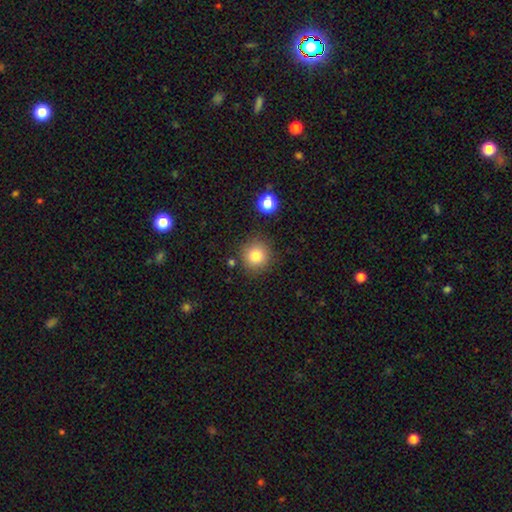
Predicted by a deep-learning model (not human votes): Q: Smooth or featured?
A: smooth (82%); runner-up: star or artifact (11%)
Q: How rounded?
A: round (93%); runner-up: in between (6%)
Q: Merging?
A: none (85%); runner-up: minor disturbance (8%)